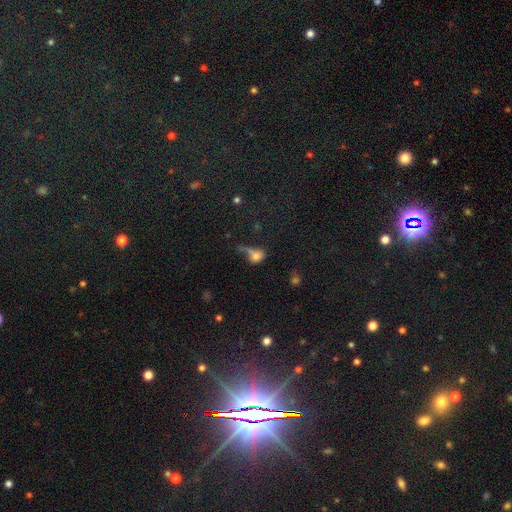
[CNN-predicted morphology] Smooth or featured? Predicted: smooth (p=0.65). How rounded? Predicted: in between (p=0.58). Merging? Predicted: major disturbance (p=0.34).